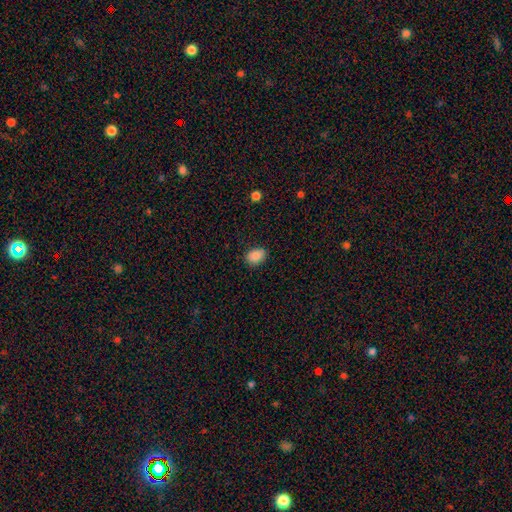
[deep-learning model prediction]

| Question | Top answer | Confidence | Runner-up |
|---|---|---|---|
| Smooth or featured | smooth | 88% | star or artifact (8%) |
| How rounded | in between | 76% | round (23%) |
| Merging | none | 85% | minor disturbance (12%) |